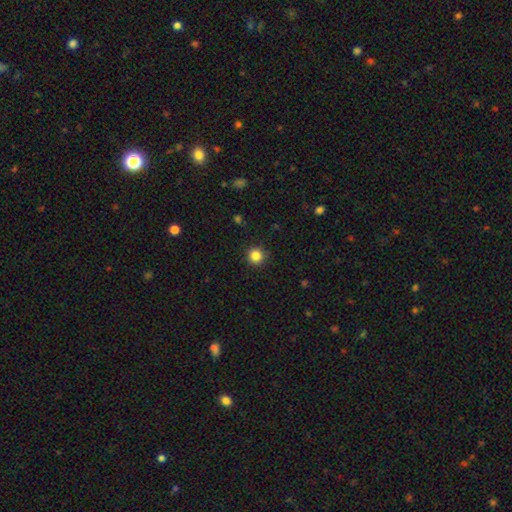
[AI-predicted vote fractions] smooth_or_featured: smooth (p=0.84) [alt: star or artifact p=0.12]
how_rounded: round (p=0.95) [alt: in between p=0.04]
merging: none (p=0.91) [alt: minor disturbance p=0.06]